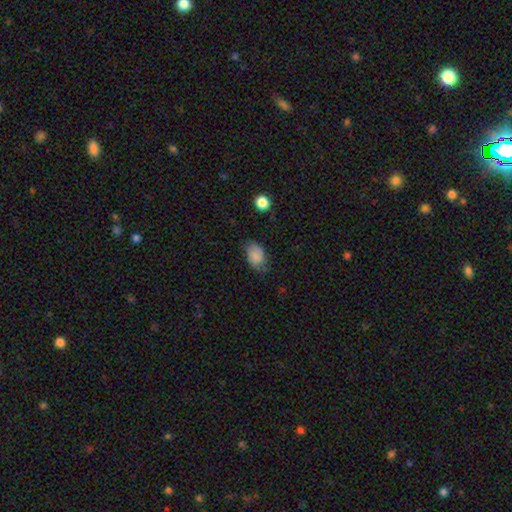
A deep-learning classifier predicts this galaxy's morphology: A smooth galaxy with no disk features (82%) that is in between round and cigar-shaped (85%).

Vote fractions:
- Smooth or featured? smooth: 82% / featured or disk: 10% / star or artifact: 8%
- How rounded? in between: 85% / round: 14% / cigar-shaped: 1%
- Merging? none: 63% / minor disturbance: 28% / major disturbance: 7% / merger: 2%